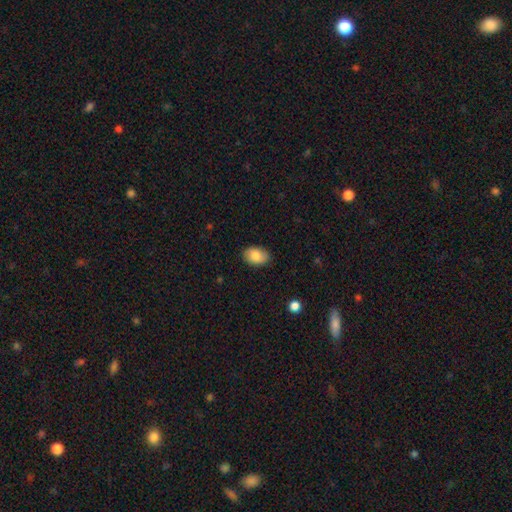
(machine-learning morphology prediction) smooth-or-featured: smooth: 86% | featured or disk: 7% | star or artifact: 7%
  how-rounded: in between: 87% | round: 12% | cigar-shaped: 1%
  merging: none: 87% | minor disturbance: 10% | major disturbance: 2% | merger: 1%